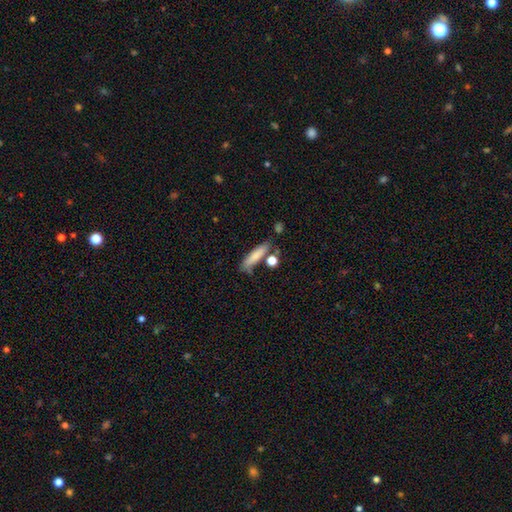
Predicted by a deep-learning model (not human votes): A smooth galaxy with no disk features (78%) that is cigar-shaped (70%). Merging: none (64%).